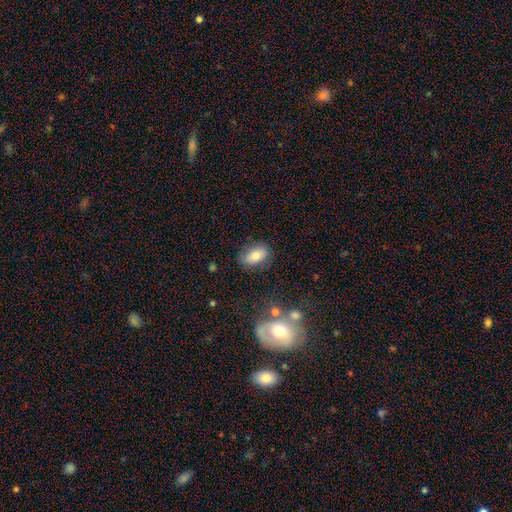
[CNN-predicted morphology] Q: Smooth or featured?
A: smooth (74%); runner-up: featured or disk (16%)
Q: How rounded?
A: in between (88%); runner-up: round (10%)
Q: Merging?
A: none (78%); runner-up: minor disturbance (15%)